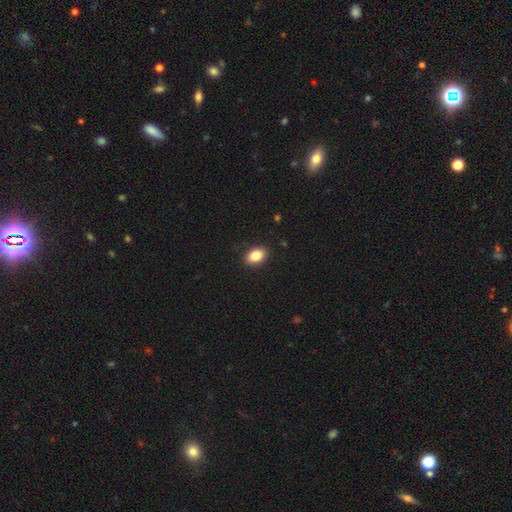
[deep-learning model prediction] Smooth or featured?
  - smooth: 85% *
  - star or artifact: 8%
  - featured or disk: 7%
How rounded?
  - in between: 84% *
  - round: 15%
  - cigar-shaped: 1%
Merging?
  - none: 89% *
  - minor disturbance: 8%
  - major disturbance: 2%
  - merger: 1%